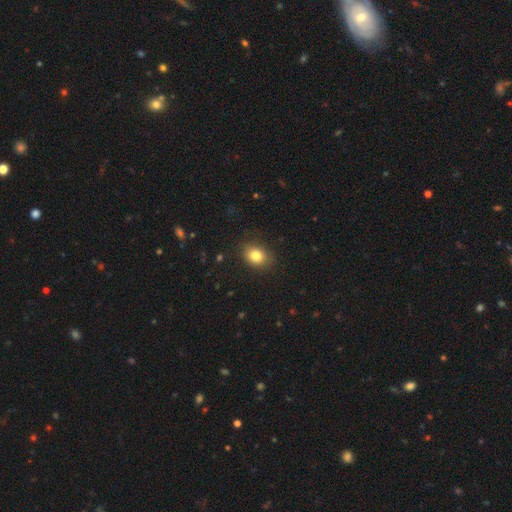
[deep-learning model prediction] Q: Smooth or featured?
A: smooth (82%); runner-up: star or artifact (10%)
Q: How rounded?
A: in between (58%); runner-up: round (41%)
Q: Merging?
A: none (85%); runner-up: minor disturbance (11%)